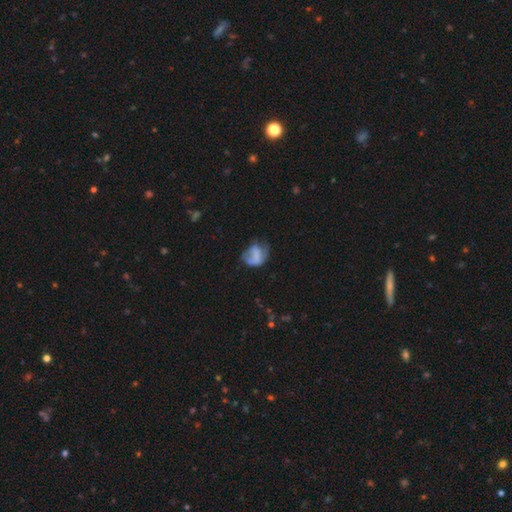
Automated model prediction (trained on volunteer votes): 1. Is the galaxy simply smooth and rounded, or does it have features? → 58% smooth, 31% featured or disk, 11% star or artifact.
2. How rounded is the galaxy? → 57% in between, 41% round, 2% cigar-shaped.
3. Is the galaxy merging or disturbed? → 33% major disturbance, 32% none, 31% minor disturbance, 4% merger.